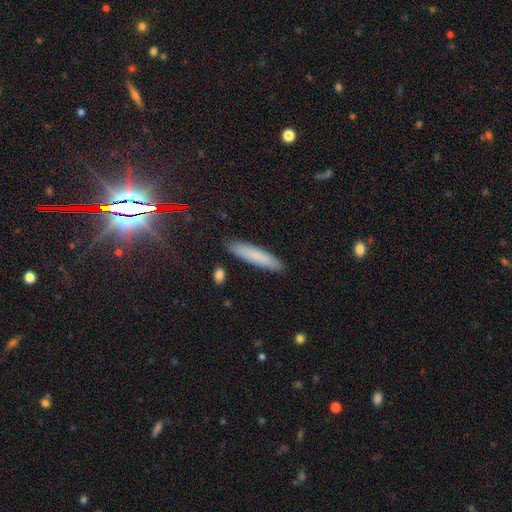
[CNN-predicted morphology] Smooth or featured? Predicted: smooth (p=0.78). How rounded? Predicted: cigar-shaped (p=0.85). Merging? Predicted: none (p=0.89).